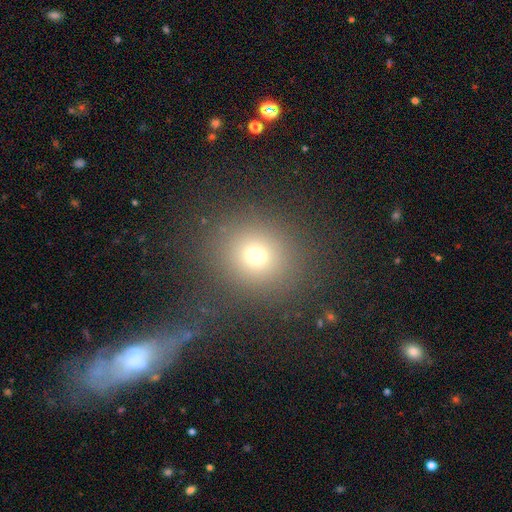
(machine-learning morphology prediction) smooth 71%, star or artifact 19%, featured or disk 10%. Down the decision tree: how rounded — round (87%); merging — none (82%).